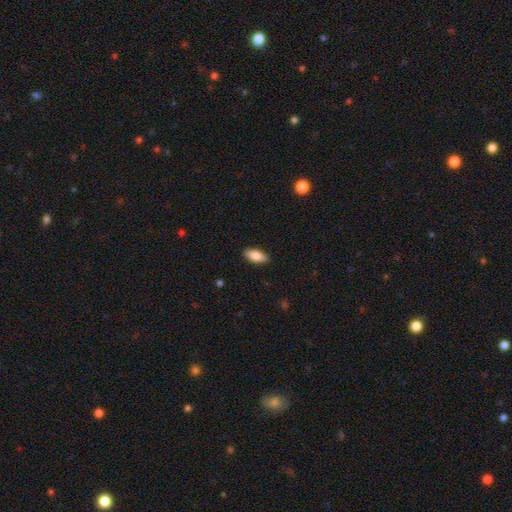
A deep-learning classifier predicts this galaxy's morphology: smooth 83%, featured or disk 11%, star or artifact 6%. Down the decision tree: how rounded — in between (86%); merging — none (88%).